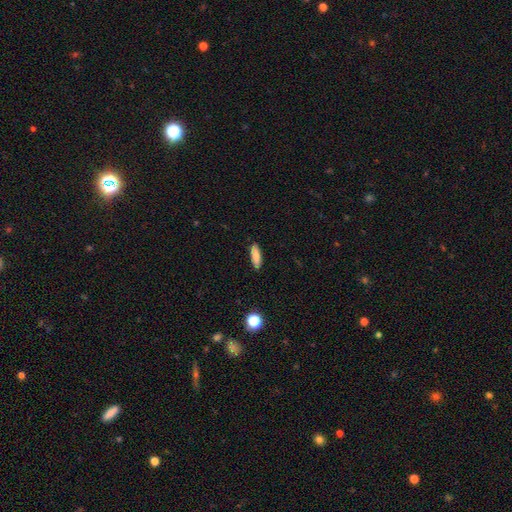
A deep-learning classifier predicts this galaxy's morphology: Smooth or featured?
  - smooth: 85% *
  - featured or disk: 8%
  - star or artifact: 7%
How rounded?
  - cigar-shaped: 57% *
  - in between: 41%
  - round: 2%
Merging?
  - none: 88% *
  - minor disturbance: 9%
  - major disturbance: 2%
  - merger: 1%